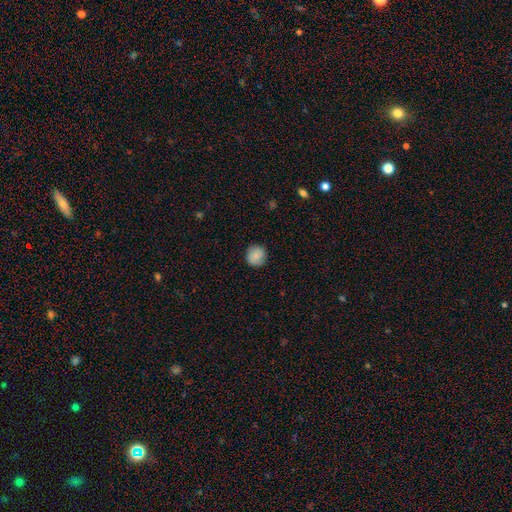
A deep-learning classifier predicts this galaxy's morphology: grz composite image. It shows a smooth galaxy with no disk features (85%) that is round (92%). Merging: none (88%).